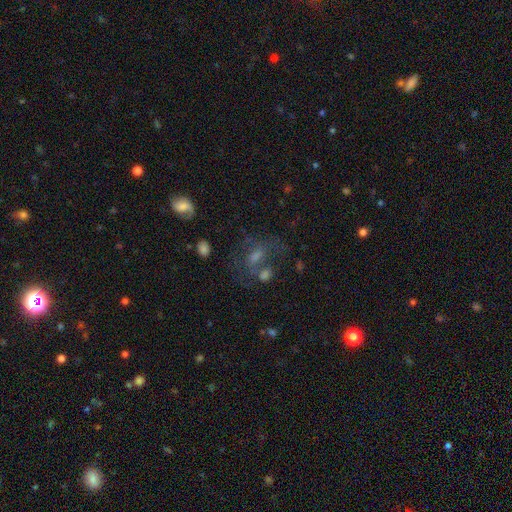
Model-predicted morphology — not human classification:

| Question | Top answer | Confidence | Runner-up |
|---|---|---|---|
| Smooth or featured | featured or disk | 41% | smooth (36%) |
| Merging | none | 43% | merger (21%) |